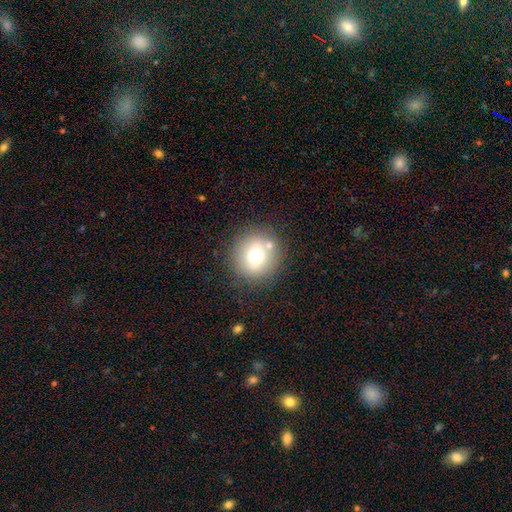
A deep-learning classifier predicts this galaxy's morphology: A smooth galaxy with no disk features (69%) that is round (91%). Merging: none (78%).